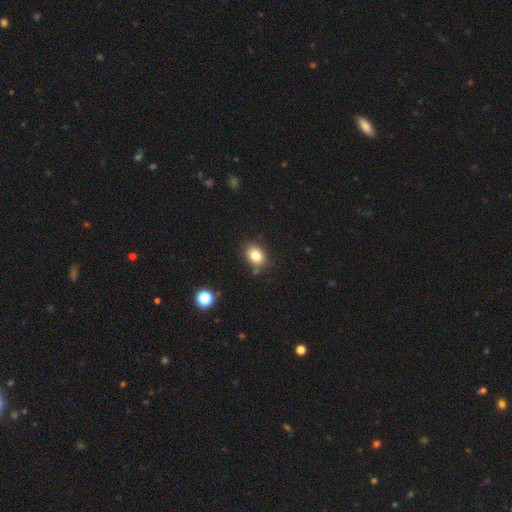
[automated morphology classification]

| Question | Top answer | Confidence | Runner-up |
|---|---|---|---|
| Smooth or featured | smooth | 82% | star or artifact (11%) |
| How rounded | in between | 60% | round (39%) |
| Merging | none | 79% | minor disturbance (14%) |